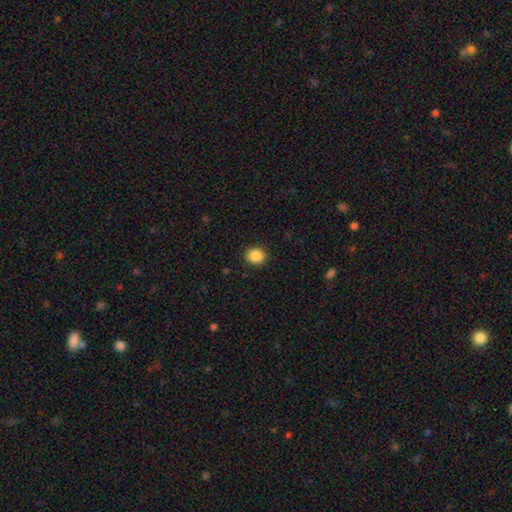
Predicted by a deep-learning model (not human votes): This appears to be a smooth galaxy with no disk features (88%) that is round (77%). Merging: none (90%).